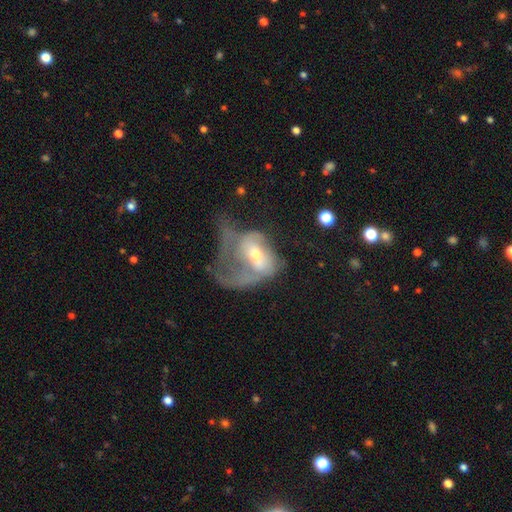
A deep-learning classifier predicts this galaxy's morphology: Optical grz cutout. It shows a featured or disk galaxy (58%) with no bar (56%), no spiral arms (53%) and a moderate central bulge (55%). Merging: major disturbance (67%).